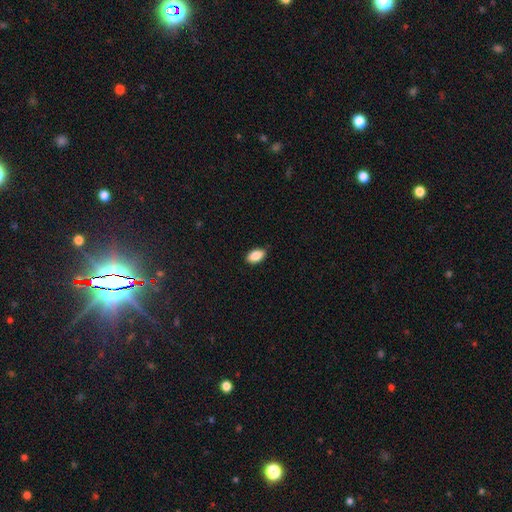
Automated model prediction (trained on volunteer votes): This is clearly a smooth galaxy (87%). How rounded: clearly in between (93%). Merging: clearly none (85%).